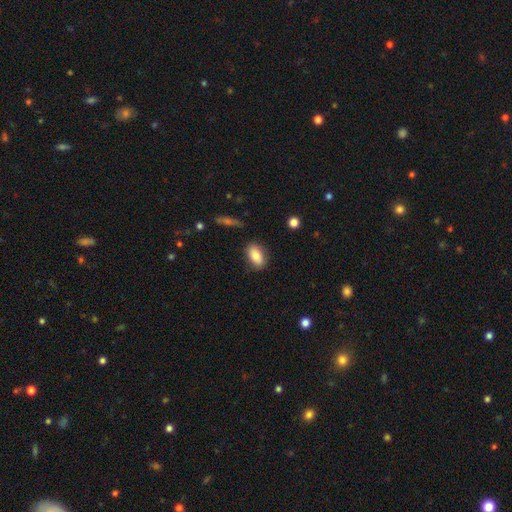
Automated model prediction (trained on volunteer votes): Smooth or featured?
  - smooth: 83% *
  - featured or disk: 10%
  - star or artifact: 7%
How rounded?
  - in between: 90% *
  - round: 7%
  - cigar-shaped: 3%
Merging?
  - none: 81% *
  - minor disturbance: 14%
  - major disturbance: 3%
  - merger: 2%